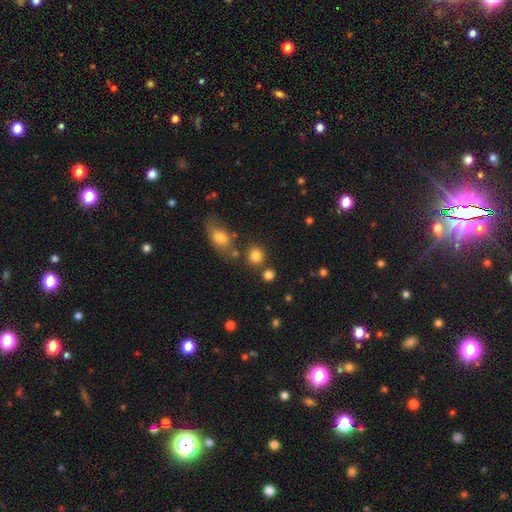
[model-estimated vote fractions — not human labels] This appears to be a smooth galaxy with no disk features (82%) that is round (83%). Merging: none (74%).